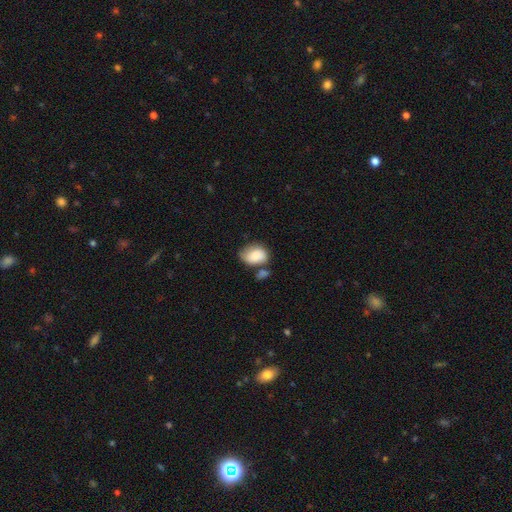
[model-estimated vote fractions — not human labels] Smooth or featured? Predicted: smooth (p=0.84). How rounded? Predicted: in between (p=0.75). Merging? Predicted: none (p=0.41).